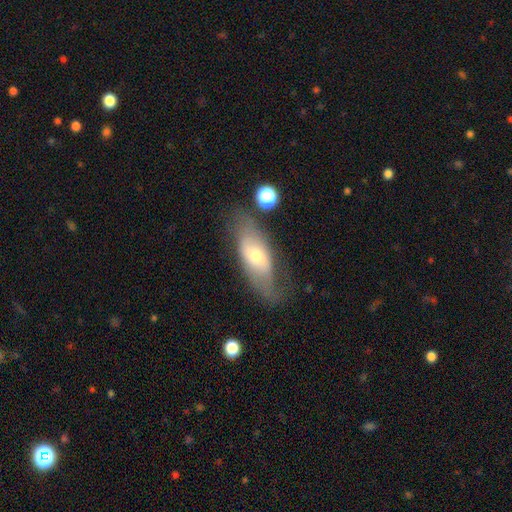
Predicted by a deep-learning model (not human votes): Overall: featured or disk (50%; smooth 42%). Edge-on disk: no (77%). Merging: none (64%).